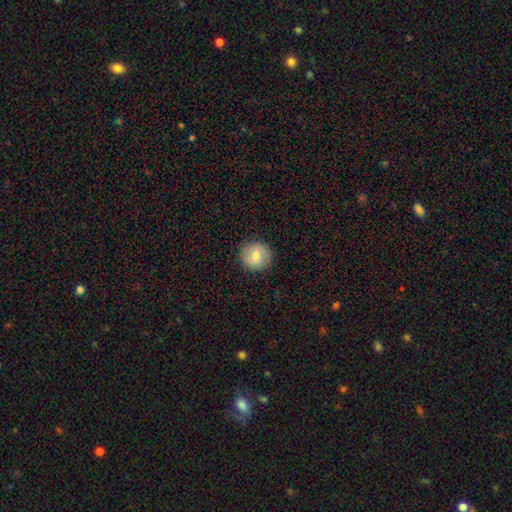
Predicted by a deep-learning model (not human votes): smooth_or_featured: smooth (p=0.73) [alt: featured or disk p=0.18]
how_rounded: round (p=0.93) [alt: in between p=0.06]
merging: none (p=0.90) [alt: minor disturbance p=0.07]